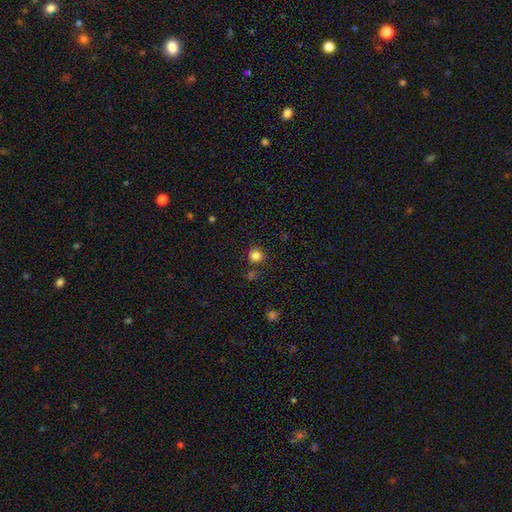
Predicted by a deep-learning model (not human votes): smooth_or_featured: smooth (p=0.81) [alt: star or artifact p=0.14]
how_rounded: round (p=0.91) [alt: in between p=0.08]
merging: none (p=0.80) [alt: minor disturbance p=0.12]